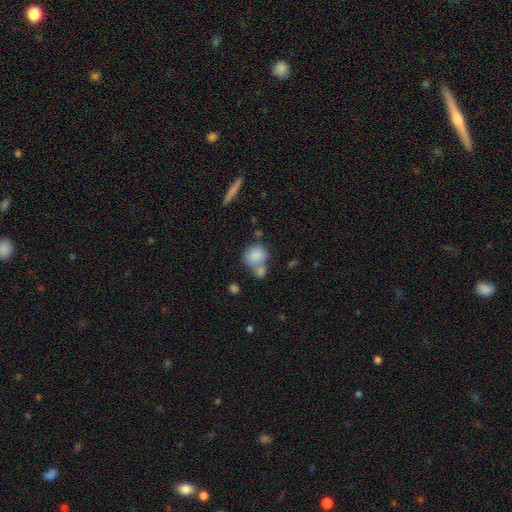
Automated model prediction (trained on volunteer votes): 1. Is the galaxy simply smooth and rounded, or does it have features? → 83% smooth, 9% featured or disk, 8% star or artifact.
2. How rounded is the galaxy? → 66% round, 32% in between, 2% cigar-shaped.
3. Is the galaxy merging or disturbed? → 43% merger, 39% none, 12% minor disturbance, 6% major disturbance.